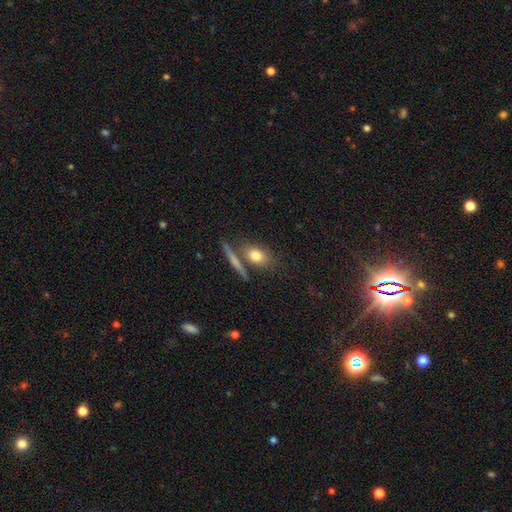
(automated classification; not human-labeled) Smooth or featured? Predicted: smooth (p=0.76). How rounded? Predicted: in between (p=0.59). Merging? Predicted: none (p=0.64).